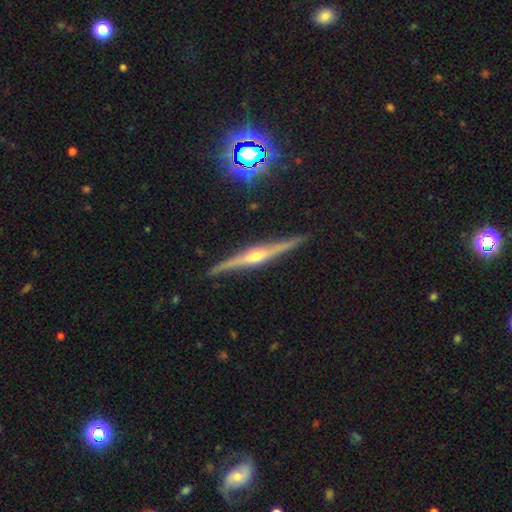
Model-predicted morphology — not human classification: featured or disk 85%, smooth 8%, star or artifact 7%. Down the decision tree: edge-on disk — yes (98%); edge-on bulge — rounded (89%); merging — none (90%).